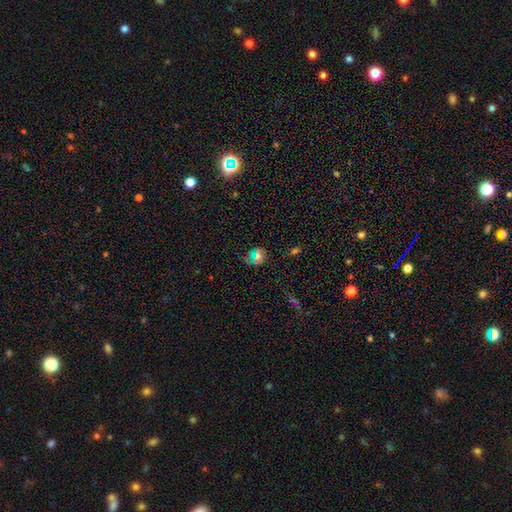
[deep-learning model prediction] Morphology: type=smooth (60%); roundness=round (67%); merging=none (72%).